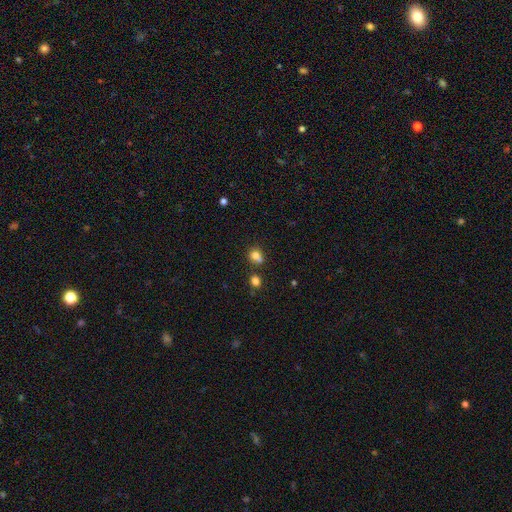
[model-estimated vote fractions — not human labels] Smooth or featured? smooth (78%)
How rounded? round (72%)
Merging? none (50%)